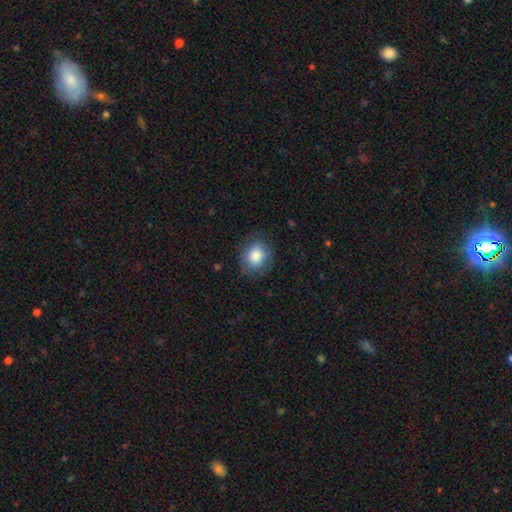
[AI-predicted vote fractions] This appears to be a smooth galaxy with no disk features (82%) that is round (63%). Merging: none (78%).